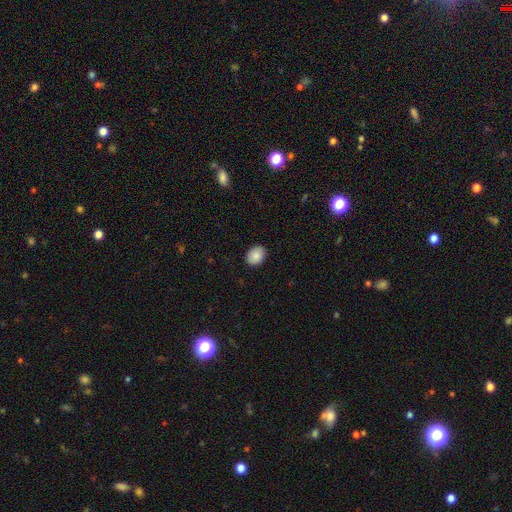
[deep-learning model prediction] The model was most divided on "how rounded": in between: 65%, round: 34%, cigar-shaped: 1%. More confident: merging — none (89%); smooth or featured — smooth (88%).